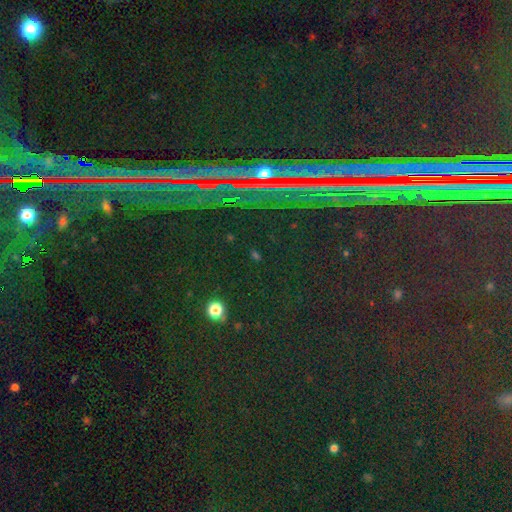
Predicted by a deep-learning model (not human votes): A star or artifact, not a galaxy (69%).